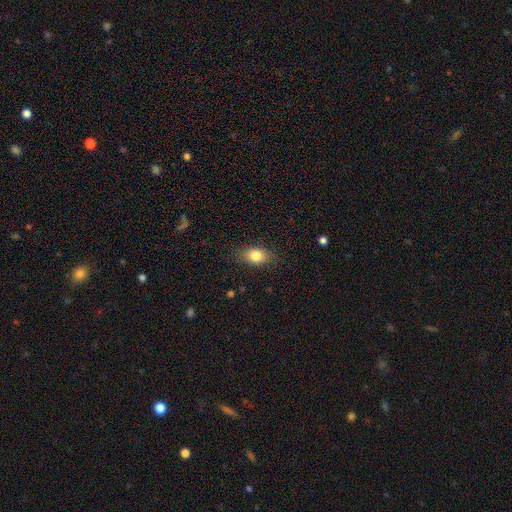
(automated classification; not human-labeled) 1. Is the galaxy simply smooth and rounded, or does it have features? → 82% smooth, 10% featured or disk, 8% star or artifact.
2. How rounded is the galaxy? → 82% in between, 15% round, 3% cigar-shaped.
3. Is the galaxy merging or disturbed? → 83% none, 13% minor disturbance, 3% major disturbance, 1% merger.